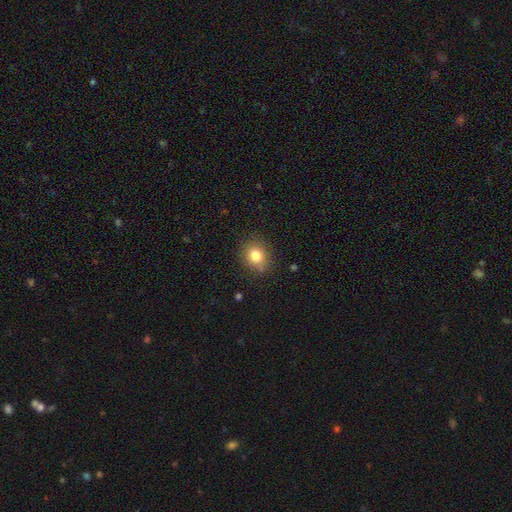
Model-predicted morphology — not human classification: Overall: smooth (81%). How rounded: round (70%). Merging: none (80%).